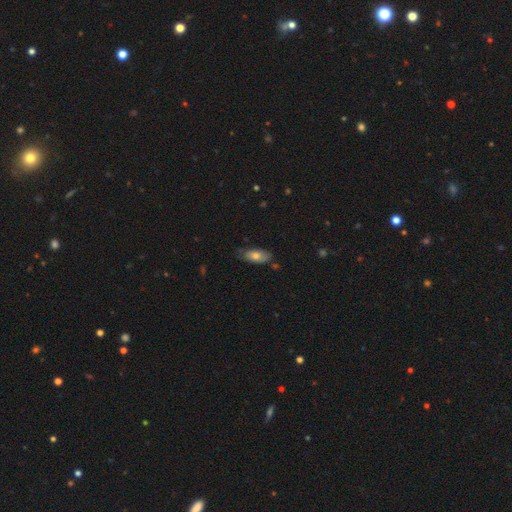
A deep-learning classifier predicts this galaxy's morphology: Smooth or featured: smooth — 72% (featured or disk — 21%)
How rounded: in between — 85% (cigar-shaped — 12%)
Merging: none — 68% (minor disturbance — 26%)